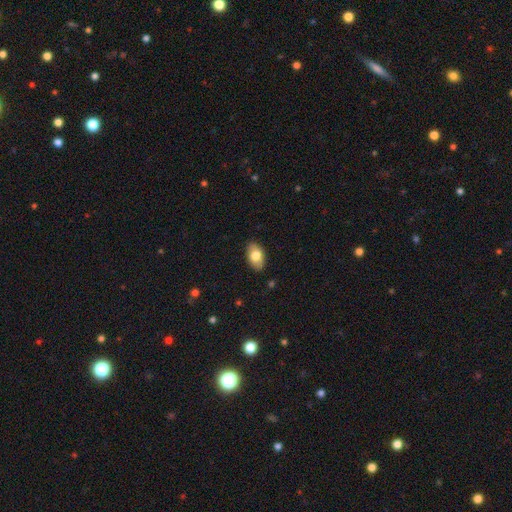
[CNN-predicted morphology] Smooth or featured? Predicted: smooth (p=0.78). How rounded? Predicted: in between (p=0.92). Merging? Predicted: none (p=0.87).